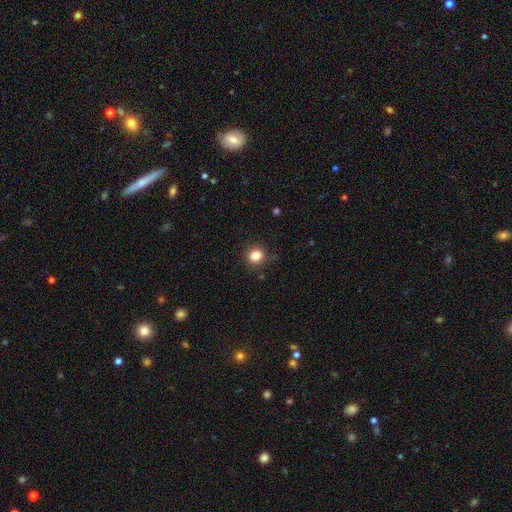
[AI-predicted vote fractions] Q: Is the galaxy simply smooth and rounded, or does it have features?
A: smooth — 84%.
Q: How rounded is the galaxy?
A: round — 86%.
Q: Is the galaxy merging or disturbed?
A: none — 87%.